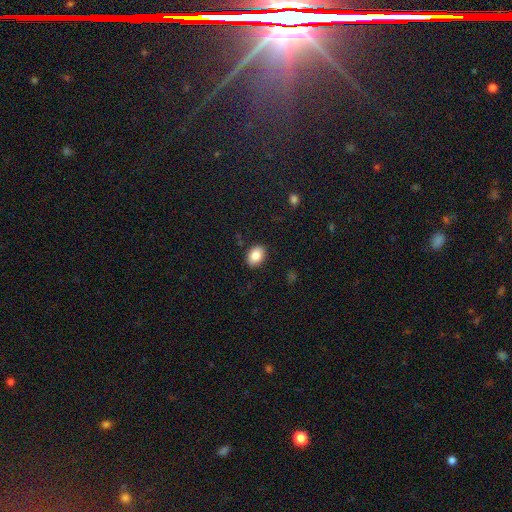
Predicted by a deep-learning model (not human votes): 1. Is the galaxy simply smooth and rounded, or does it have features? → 85% smooth, 8% star or artifact, 7% featured or disk.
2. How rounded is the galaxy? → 78% in between, 21% round, 1% cigar-shaped.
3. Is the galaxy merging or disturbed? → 88% none, 9% minor disturbance, 2% major disturbance, 1% merger.